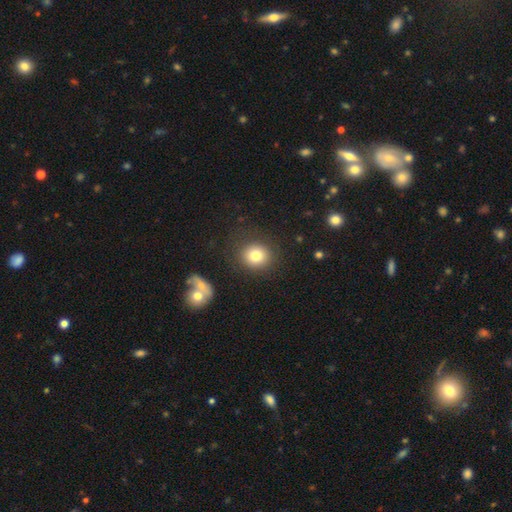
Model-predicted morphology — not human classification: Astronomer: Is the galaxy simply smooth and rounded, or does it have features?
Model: smooth — 81%.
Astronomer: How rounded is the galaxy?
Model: round — 82%.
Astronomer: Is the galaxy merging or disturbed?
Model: none — 84%.